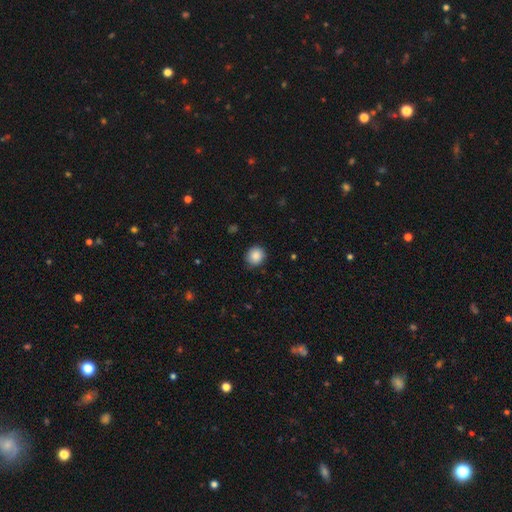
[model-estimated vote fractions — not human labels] This is clearly a smooth galaxy (88%). How rounded: clearly round (87%). Merging: clearly none (85%).